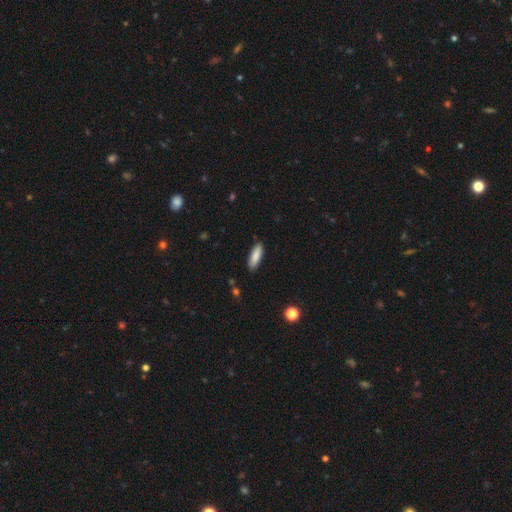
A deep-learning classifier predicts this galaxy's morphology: Smooth or featured?
  - smooth: 86% *
  - featured or disk: 8%
  - star or artifact: 6%
How rounded?
  - in between: 50% *
  - cigar-shaped: 49%
  - round: 2%
Merging?
  - none: 88% *
  - minor disturbance: 9%
  - major disturbance: 2%
  - merger: 1%